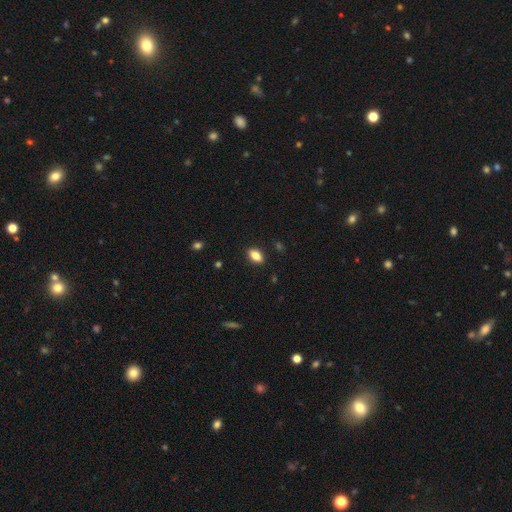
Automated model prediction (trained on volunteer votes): Smooth or featured: smooth — 83% (featured or disk — 9%)
How rounded: in between — 88% (round — 7%)
Merging: none — 88% (minor disturbance — 9%)